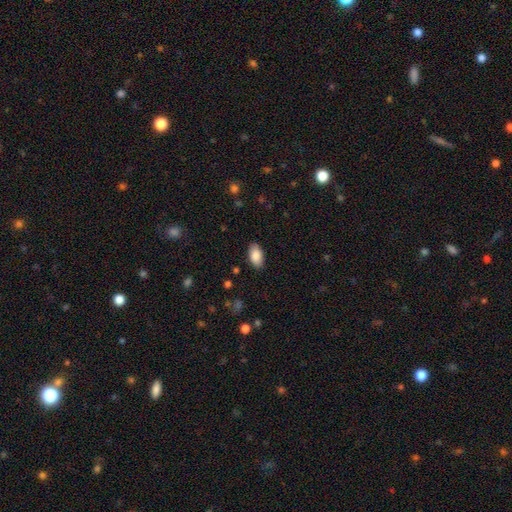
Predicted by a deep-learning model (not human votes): smooth_or_featured: smooth (p=0.86) [alt: featured or disk p=0.08]
how_rounded: in between (p=0.94) [alt: round p=0.04]
merging: none (p=0.87) [alt: minor disturbance p=0.10]